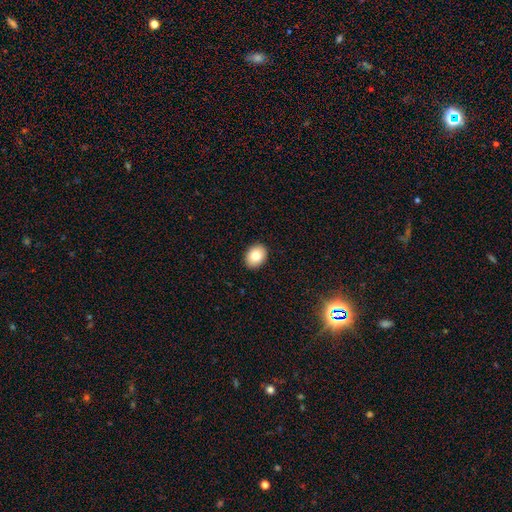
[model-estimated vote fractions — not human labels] smooth 81%, featured or disk 10%, star or artifact 8%. Down the decision tree: how rounded — in between (64%); merging — none (91%).